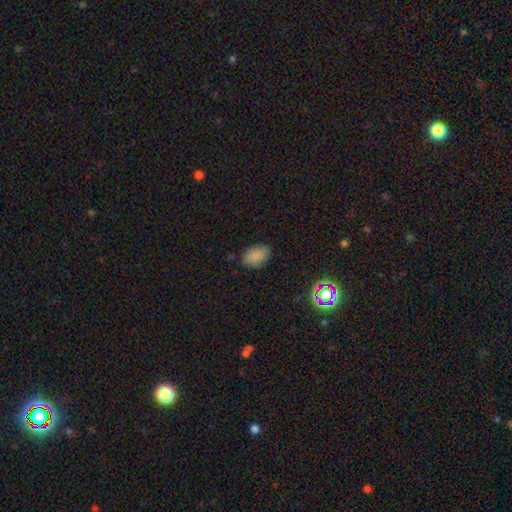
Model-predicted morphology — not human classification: Q: Smooth or featured?
A: smooth (84%); runner-up: star or artifact (11%)
Q: How rounded?
A: in between (87%); runner-up: round (12%)
Q: Merging?
A: none (81%); runner-up: minor disturbance (14%)